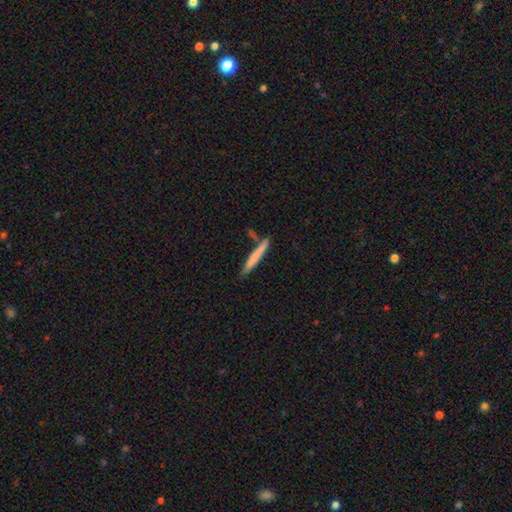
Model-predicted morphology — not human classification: Overall: smooth (71%). How rounded: cigar-shaped (96%). Merging: none (76%).